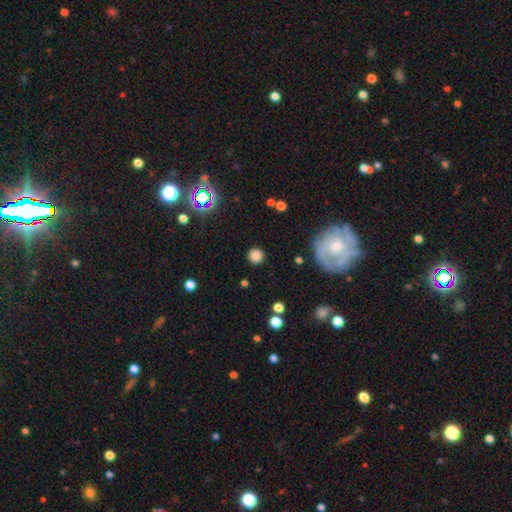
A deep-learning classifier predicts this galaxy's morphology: smooth 81%, star or artifact 14%, featured or disk 6%. Down the decision tree: how rounded — round (94%); merging — none (89%).